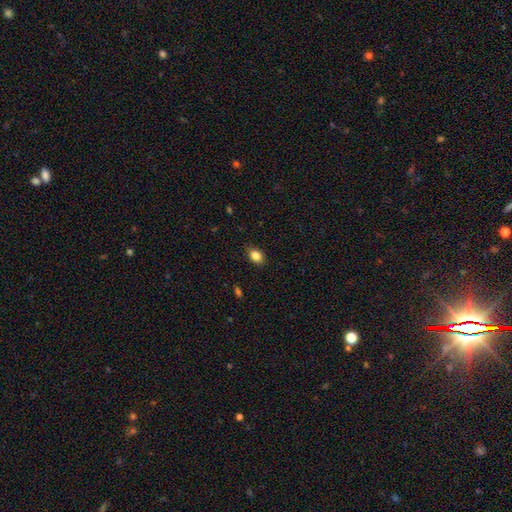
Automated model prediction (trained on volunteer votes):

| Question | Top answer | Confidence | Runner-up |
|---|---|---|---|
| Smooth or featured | smooth | 85% | star or artifact (9%) |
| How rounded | in between | 77% | round (22%) |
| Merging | none | 85% | minor disturbance (12%) |